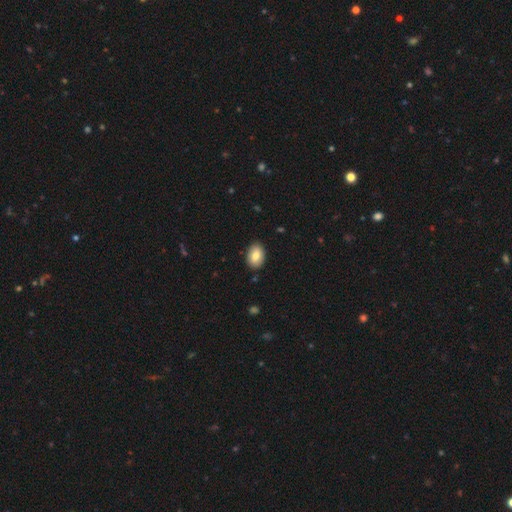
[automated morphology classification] Q: Smooth or featured?
A: smooth (82%); runner-up: featured or disk (11%)
Q: How rounded?
A: in between (84%); runner-up: round (15%)
Q: Merging?
A: none (88%); runner-up: minor disturbance (9%)